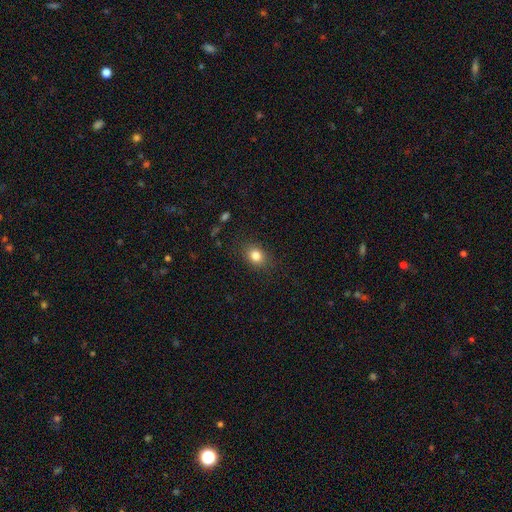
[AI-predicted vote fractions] Smooth or featured? smooth (82%)
How rounded? round (52%)
Merging? none (85%)